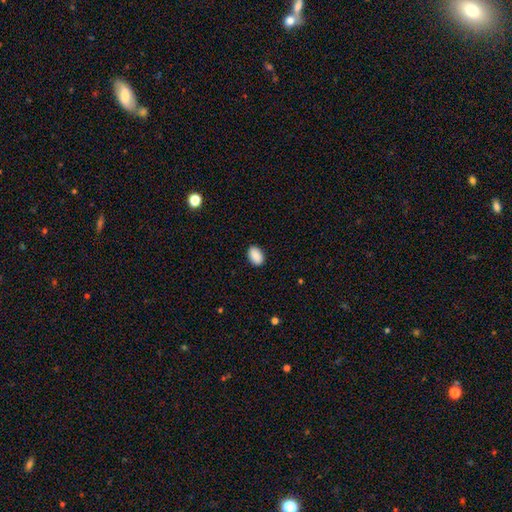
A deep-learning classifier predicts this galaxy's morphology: smooth 91%, star or artifact 7%, featured or disk 2%. Down the decision tree: how rounded — in between (89%); merging — none (89%).